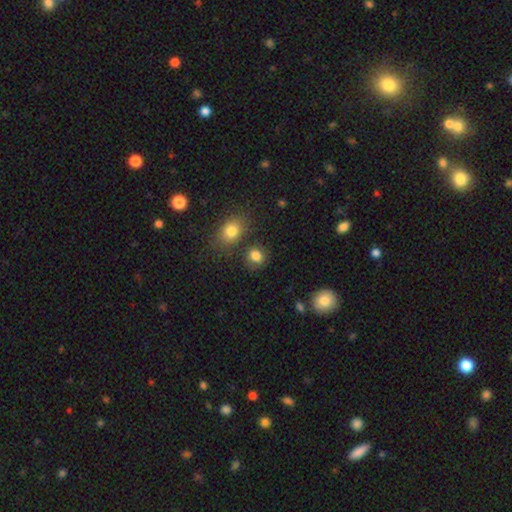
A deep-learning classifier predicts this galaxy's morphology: This appears to be a smooth galaxy with no disk features (83%) that is round (66%). Merging: none (75%).